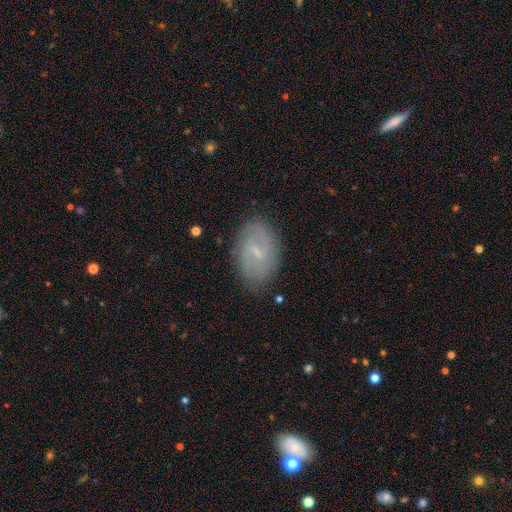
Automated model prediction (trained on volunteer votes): Smooth or featured: featured or disk — 47% (smooth — 39%)
Merging: none — 84% (minor disturbance — 12%)